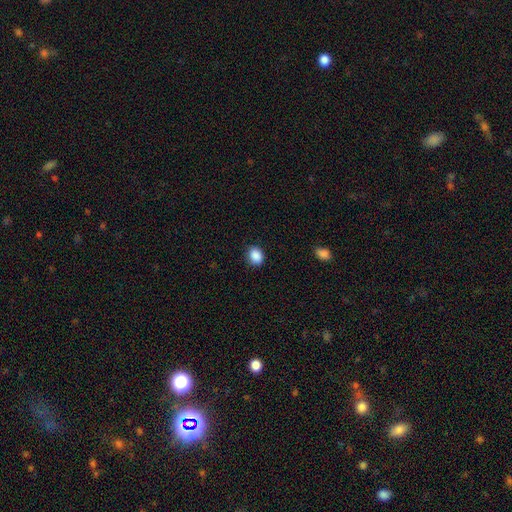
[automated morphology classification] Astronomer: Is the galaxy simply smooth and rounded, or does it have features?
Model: smooth — 89%.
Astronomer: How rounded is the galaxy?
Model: round — 50% (runner-up: in between, 49%).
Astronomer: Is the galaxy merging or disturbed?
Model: none — 85%.